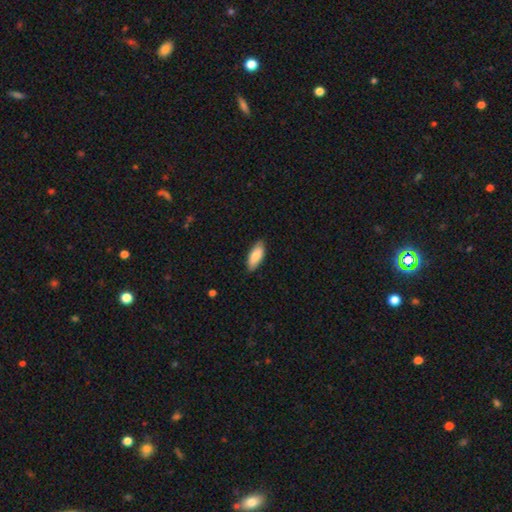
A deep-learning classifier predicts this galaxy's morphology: Smooth or featured?
  - smooth: 86% *
  - featured or disk: 9%
  - star or artifact: 5%
How rounded?
  - in between: 82% *
  - cigar-shaped: 16%
  - round: 2%
Merging?
  - none: 82% *
  - minor disturbance: 15%
  - major disturbance: 2%
  - merger: 1%